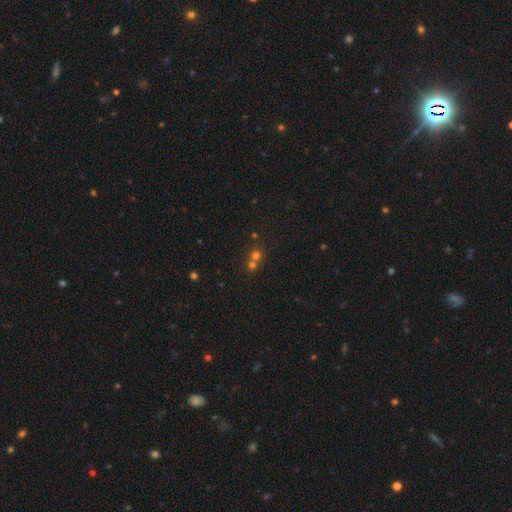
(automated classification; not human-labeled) Smooth or featured? Predicted: smooth (p=0.65). How rounded? Predicted: round (p=0.88). Merging? Predicted: merger (p=0.50).